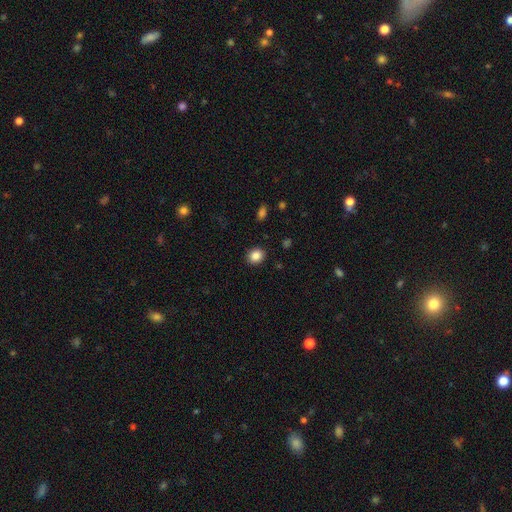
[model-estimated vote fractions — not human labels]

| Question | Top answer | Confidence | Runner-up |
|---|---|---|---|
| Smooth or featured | smooth | 86% | star or artifact (10%) |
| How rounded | round | 68% | in between (32%) |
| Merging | none | 90% | minor disturbance (7%) |